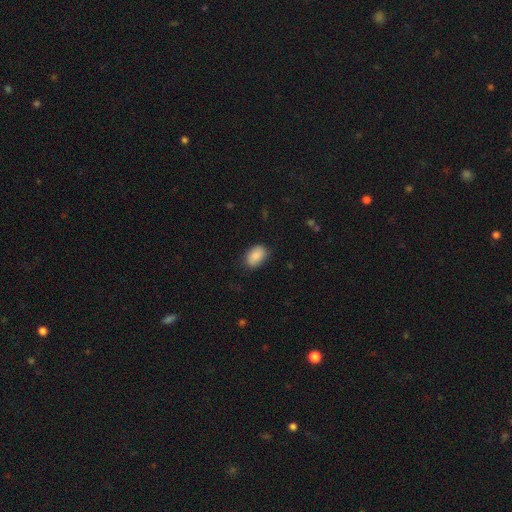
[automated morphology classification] Smooth or featured: smooth — 88% (star or artifact — 7%)
How rounded: in between — 86% (round — 12%)
Merging: none — 80% (minor disturbance — 16%)